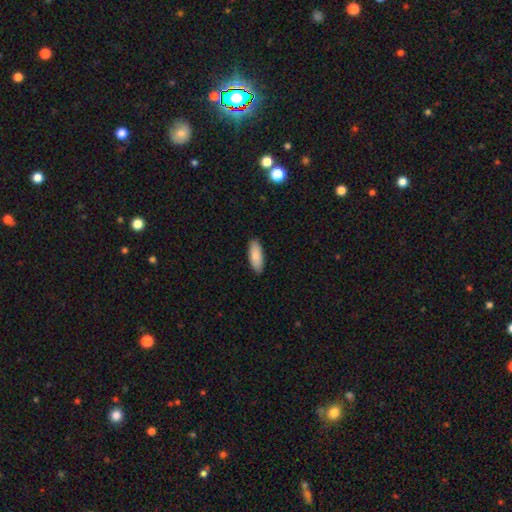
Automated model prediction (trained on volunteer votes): smooth-or-featured: smooth: 87% | featured or disk: 8% | star or artifact: 6%
  how-rounded: in between: 71% | cigar-shaped: 27% | round: 2%
  merging: none: 89% | minor disturbance: 9% | major disturbance: 2% | merger: 1%